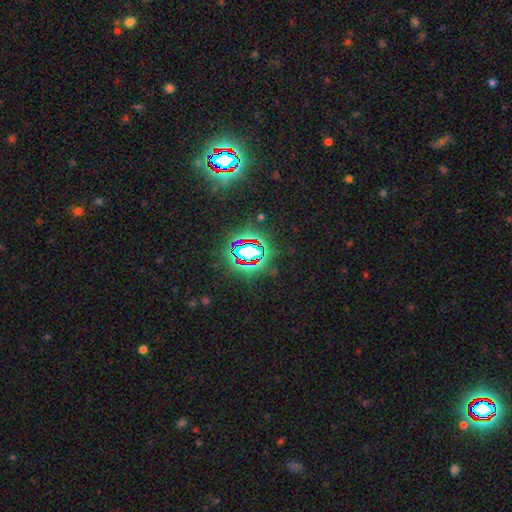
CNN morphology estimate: The model was most divided on "smooth or featured": star or artifact: 76%, smooth: 14%, featured or disk: 10%.